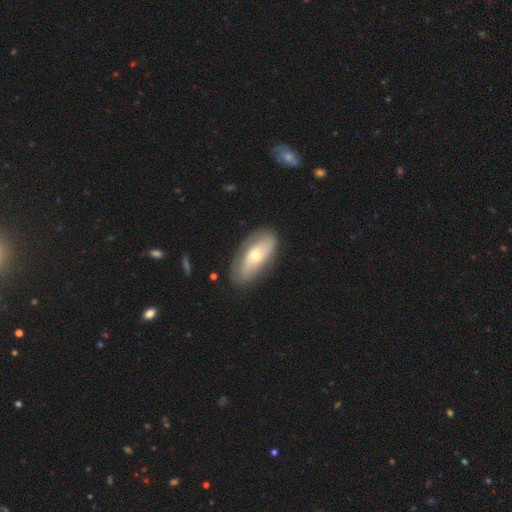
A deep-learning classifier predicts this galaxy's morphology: type=featured or disk (51%); edge-on=no (83%); merging=none (76%).